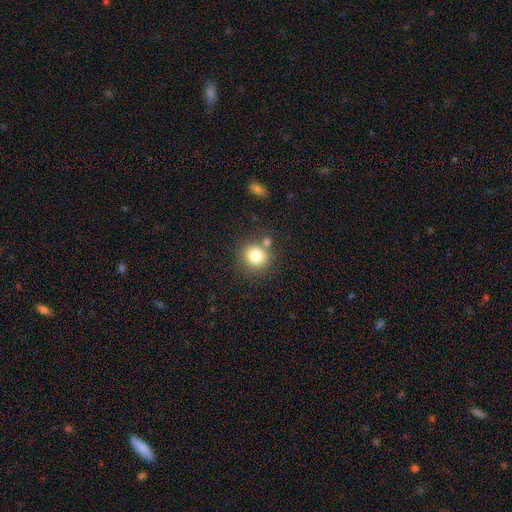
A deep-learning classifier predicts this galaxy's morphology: smooth 81%, star or artifact 11%, featured or disk 8%. Down the decision tree: how rounded — round (89%); merging — none (71%).